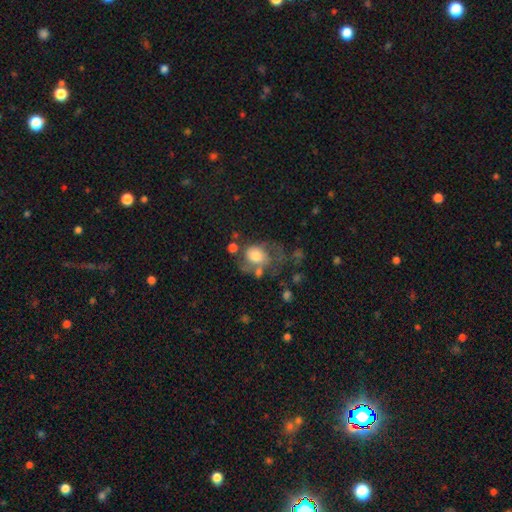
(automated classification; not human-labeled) A smooth galaxy with no disk features (50%). Merging: major disturbance (36%).